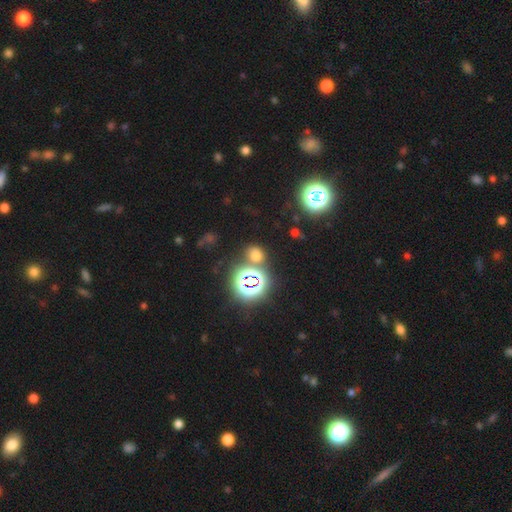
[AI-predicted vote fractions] Q: Smooth or featured?
A: smooth (54%); runner-up: star or artifact (39%)
Q: How rounded?
A: round (62%); runner-up: in between (36%)
Q: Merging?
A: none (73%); runner-up: merger (13%)